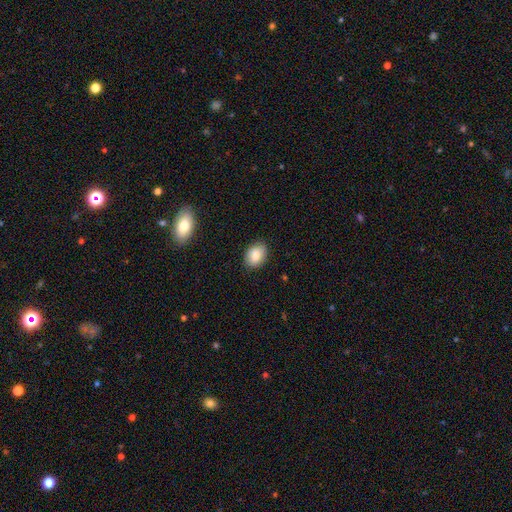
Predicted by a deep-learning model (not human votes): smooth-or-featured: smooth: 85% | star or artifact: 8% | featured or disk: 8%
  how-rounded: in between: 77% | round: 22% | cigar-shaped: 1%
  merging: none: 86% | minor disturbance: 11% | major disturbance: 2% | merger: 1%